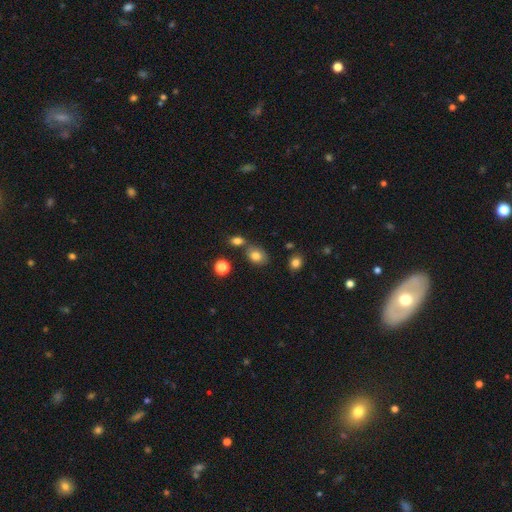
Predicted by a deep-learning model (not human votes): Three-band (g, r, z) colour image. It shows a smooth galaxy with no disk features (79%) that is in between round and cigar-shaped (63%). Merging: none (64%).